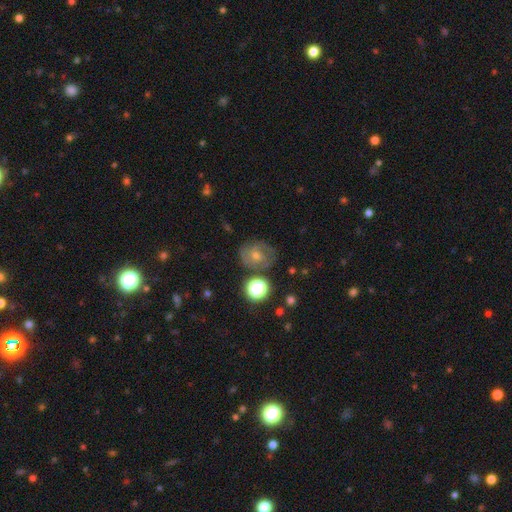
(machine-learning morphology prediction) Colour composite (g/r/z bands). It shows a featured or disk galaxy (44%). Merging: none (75%).